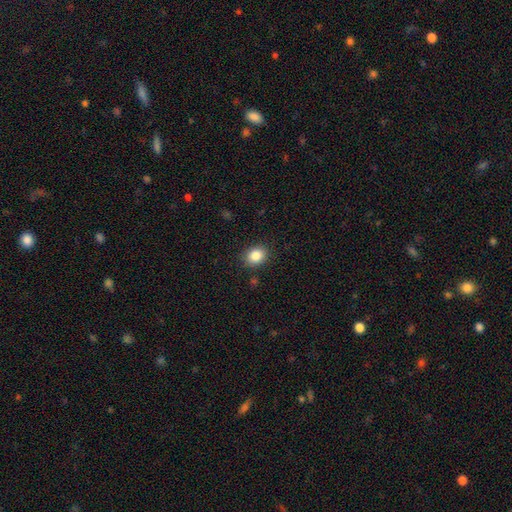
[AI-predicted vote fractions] smooth-or-featured: smooth: 85% | star or artifact: 9% | featured or disk: 5%
  how-rounded: round: 50% | in between: 49% | cigar-shaped: 1%
  merging: none: 87% | minor disturbance: 9% | major disturbance: 3% | merger: 1%